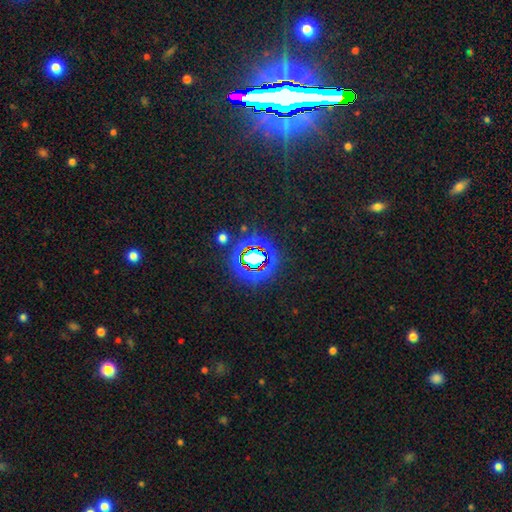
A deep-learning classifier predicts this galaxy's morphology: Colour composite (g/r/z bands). It shows a star or artifact, not a galaxy (81%).